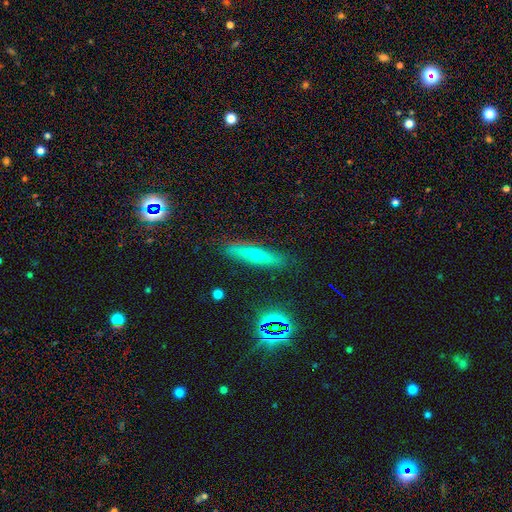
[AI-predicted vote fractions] smooth-or-featured: featured or disk: 47% | smooth: 40% | star or artifact: 13%
  merging: none: 85% | minor disturbance: 11% | major disturbance: 3% | merger: 2%